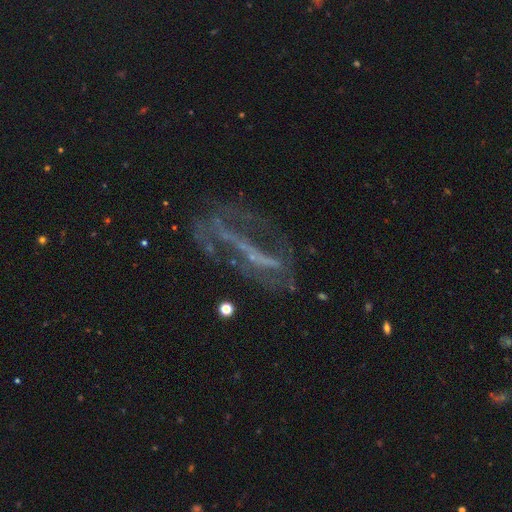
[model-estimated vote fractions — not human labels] This is likely a featured or disk galaxy (70%). It is likely not viewed edge-on (78%). Bar: possibly strong (50%). Spiral arm pattern: possibly no (57%). Central bulge: possibly none (60%). Merging: marginally none (44%).